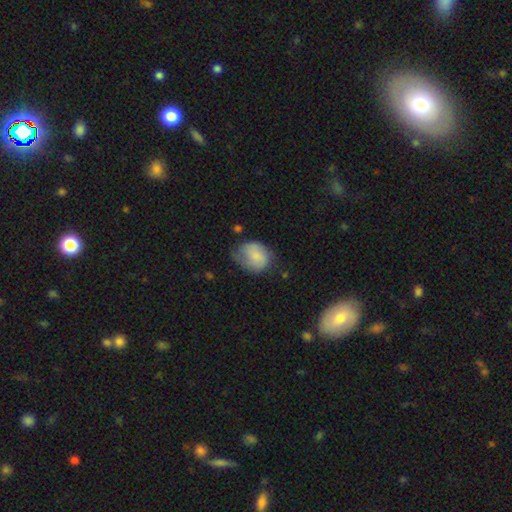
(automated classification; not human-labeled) Morphology: type=smooth (73%); roundness=round (52%); merging=minor disturbance (40%).